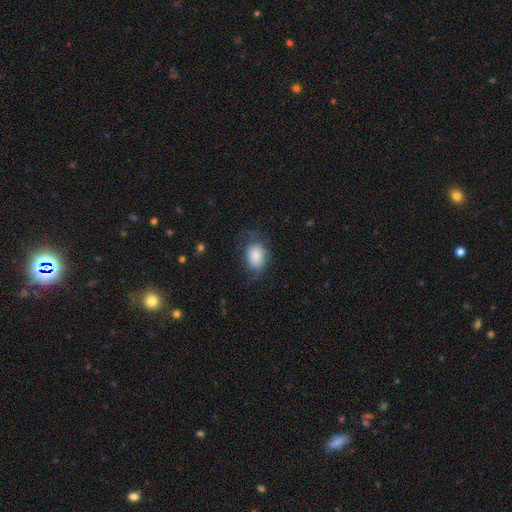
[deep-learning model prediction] Overall: smooth (81%). How rounded: in between (70%). Merging: none (54%; minor disturbance 29%).